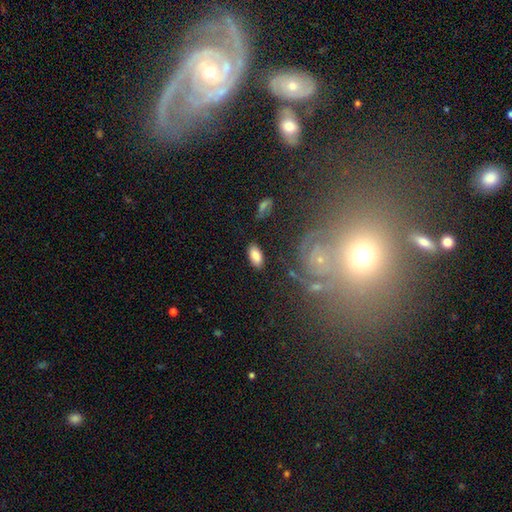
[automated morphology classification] Smooth or featured? Predicted: smooth (p=0.80). How rounded? Predicted: in between (p=0.92). Merging? Predicted: none (p=0.82).